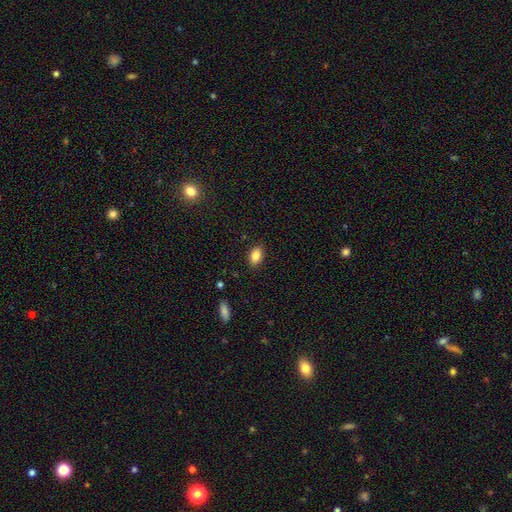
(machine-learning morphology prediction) A smooth galaxy with no disk features (85%) that is in between round and cigar-shaped (87%).

Vote fractions:
- Smooth or featured? smooth: 85% / star or artifact: 9% / featured or disk: 6%
- How rounded? in between: 87% / round: 11% / cigar-shaped: 2%
- Merging? none: 87% / minor disturbance: 9% / major disturbance: 2% / merger: 1%